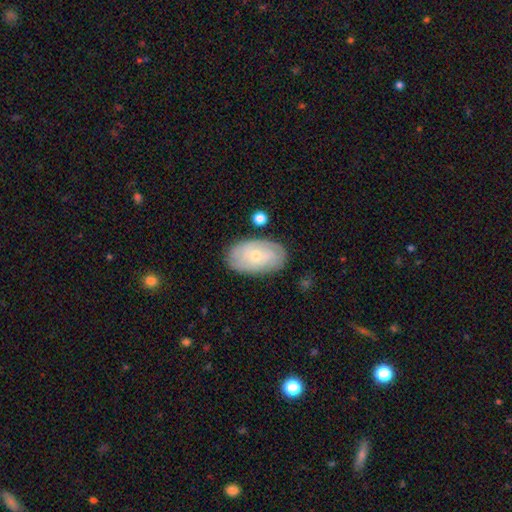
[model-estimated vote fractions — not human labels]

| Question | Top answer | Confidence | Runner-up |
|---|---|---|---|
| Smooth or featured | featured or disk | 61% | smooth (32%) |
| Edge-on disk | no | 94% | yes (6%) |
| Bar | no | 79% | weak (18%) |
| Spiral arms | yes | 80% | no (20%) |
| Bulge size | small | 60% | moderate (37%) |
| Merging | none | 80% | minor disturbance (14%) |